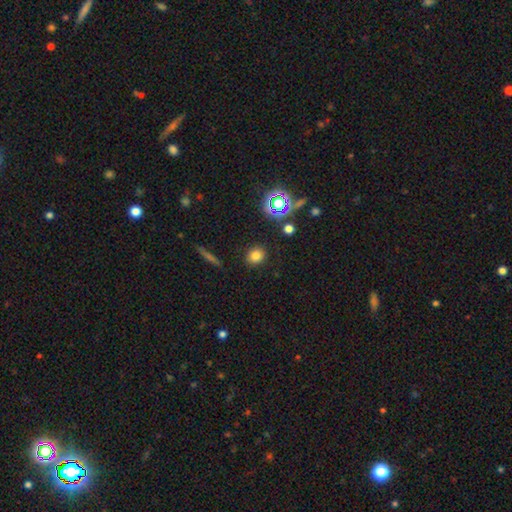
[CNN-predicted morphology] The model was most divided on "how rounded": round: 74%, in between: 24%, cigar-shaped: 2%. More confident: merging — none (88%); smooth or featured — smooth (77%).